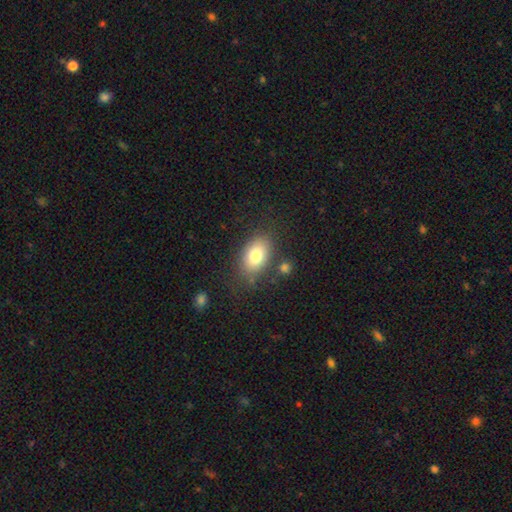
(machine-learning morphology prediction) smooth_or_featured: smooth (p=0.79) [alt: featured or disk p=0.12]
how_rounded: in between (p=0.88) [alt: round p=0.11]
merging: none (p=0.76) [alt: minor disturbance p=0.14]